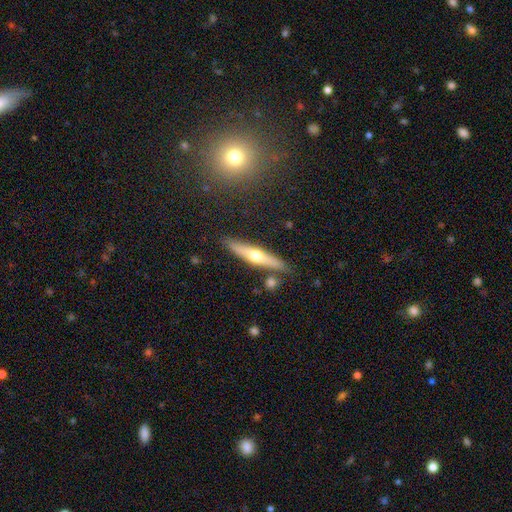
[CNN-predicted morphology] Smooth or featured? Predicted: featured or disk (p=0.56). Edge-on disk? Predicted: yes (p=0.93). Edge-on bulge? Predicted: rounded (p=0.92). Merging? Predicted: none (p=0.84).